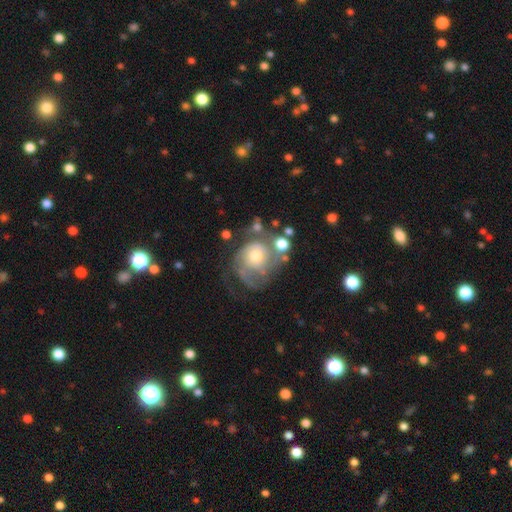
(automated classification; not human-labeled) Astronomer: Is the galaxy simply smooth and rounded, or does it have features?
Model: featured or disk — 74%.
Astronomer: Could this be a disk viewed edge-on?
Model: no — 98%.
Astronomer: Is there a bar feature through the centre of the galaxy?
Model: no — 80%.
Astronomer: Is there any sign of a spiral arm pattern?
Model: yes — 84%.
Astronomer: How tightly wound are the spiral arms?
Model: tight — 49% (runner-up: medium, 34%).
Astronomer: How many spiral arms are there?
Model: can't tell — 36% (runner-up: 2, 27%).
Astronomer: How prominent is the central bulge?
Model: moderate — 65%.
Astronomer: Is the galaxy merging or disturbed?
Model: none — 41% (runner-up: major disturbance, 28%).